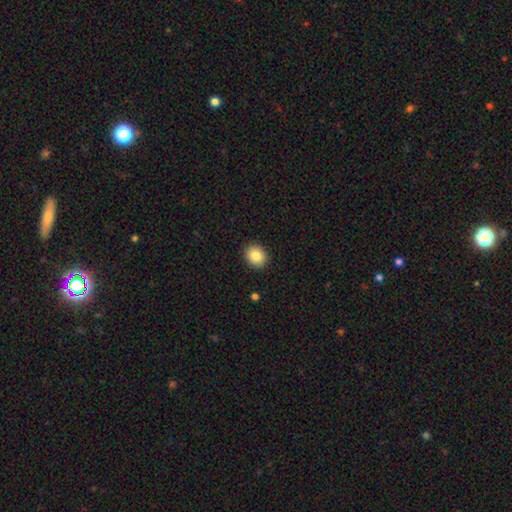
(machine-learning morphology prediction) Smooth or featured? smooth (85%)
How rounded? round (68%)
Merging? none (91%)